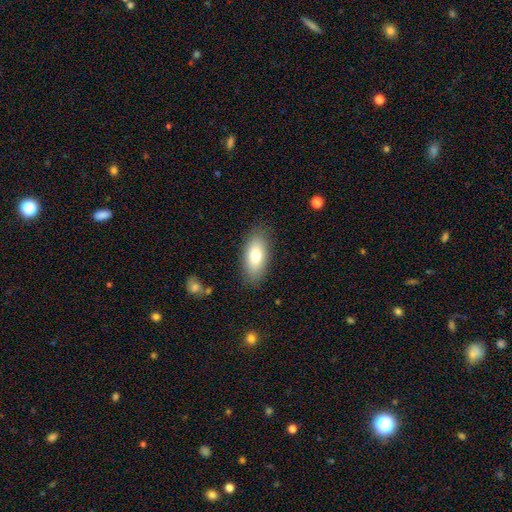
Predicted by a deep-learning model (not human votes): Smooth or featured? Predicted: smooth (p=0.75). How rounded? Predicted: in between (p=0.84). Merging? Predicted: none (p=0.85).